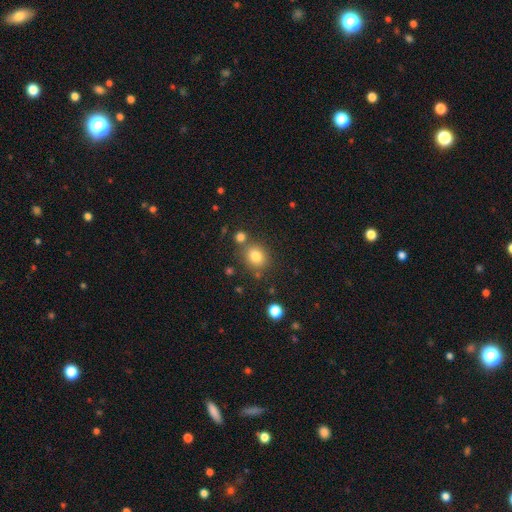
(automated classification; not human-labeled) Smooth or featured? smooth (80%)
How rounded? round (74%)
Merging? none (72%)